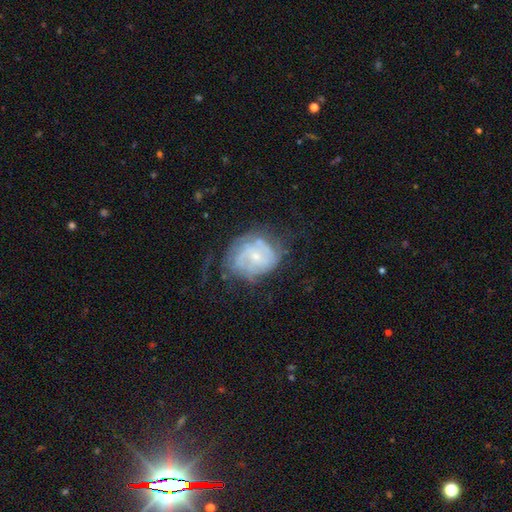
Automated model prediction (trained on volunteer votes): This is likely a featured or disk galaxy (73%). It is clearly not viewed edge-on (98%). Bar: likely no (62%). Spiral arm pattern: clearly yes (83%). Spiral arm count: possibly can't tell (46%). Spiral winding: possibly tight (54%). Central bulge: likely small (71%). Merging: possibly none (49%).